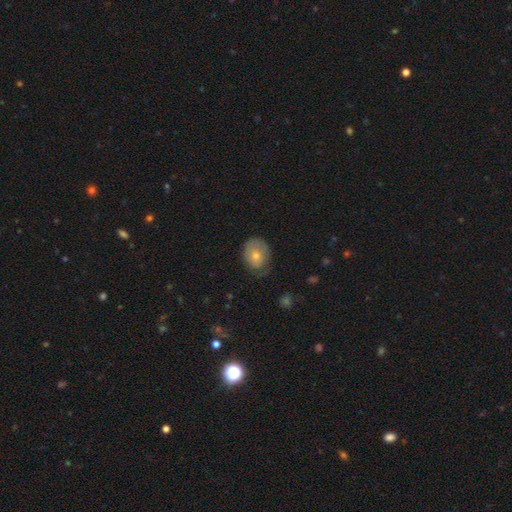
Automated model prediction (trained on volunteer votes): The model was most divided on "how rounded": in between: 50%, round: 49%, cigar-shaped: 1%. More confident: merging — none (64%); smooth or featured — smooth (54%).